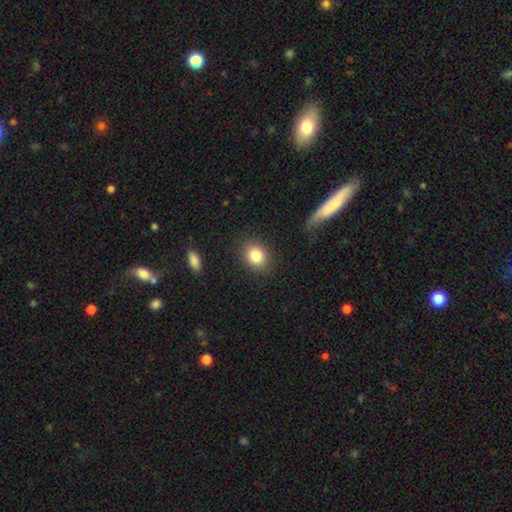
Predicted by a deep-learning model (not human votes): A smooth galaxy with no disk features (84%) that is round (54%).

Vote fractions:
- Smooth or featured? smooth: 84% / star or artifact: 9% / featured or disk: 7%
- How rounded? round: 54% / in between: 45% / cigar-shaped: 1%
- Merging? none: 87% / minor disturbance: 9% / major disturbance: 3% / merger: 2%